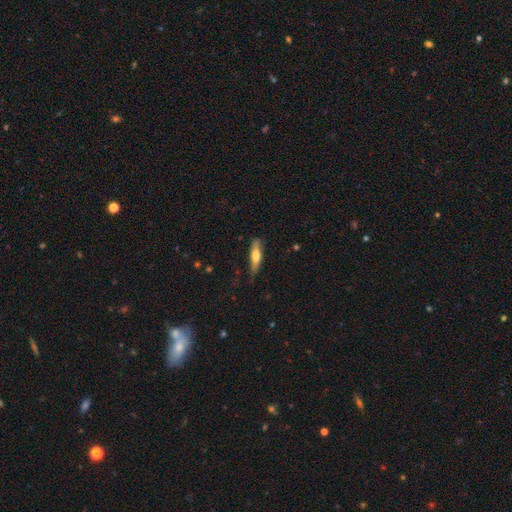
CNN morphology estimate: A smooth galaxy with no disk features (59%) that is cigar-shaped (74%). Merging: none (70%).